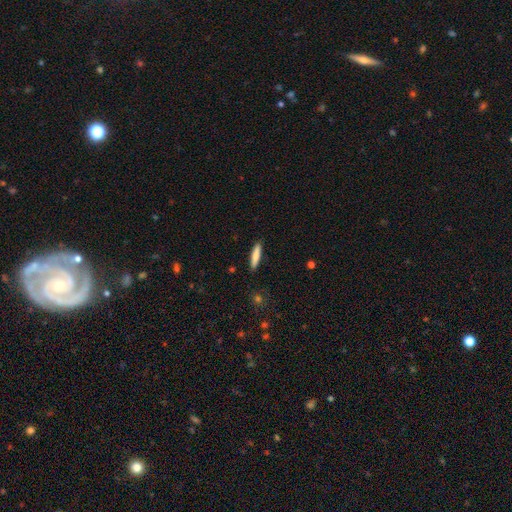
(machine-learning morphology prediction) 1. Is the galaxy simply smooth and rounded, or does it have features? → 78% smooth, 17% featured or disk, 6% star or artifact.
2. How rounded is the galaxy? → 85% cigar-shaped, 14% in between, 1% round.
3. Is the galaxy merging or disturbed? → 90% none, 7% minor disturbance, 2% major disturbance, 1% merger.